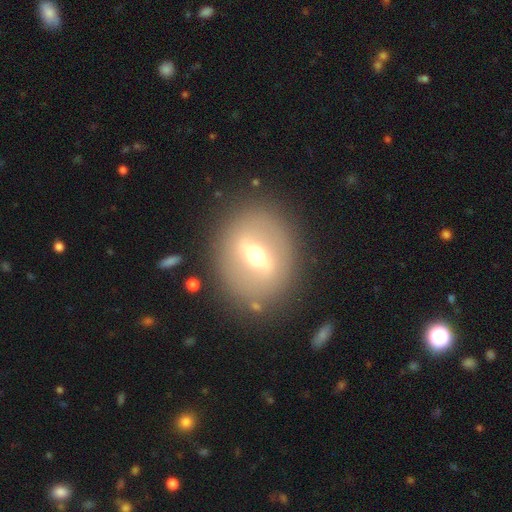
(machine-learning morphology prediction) A featured or disk galaxy (57%). Merging: none (85%).